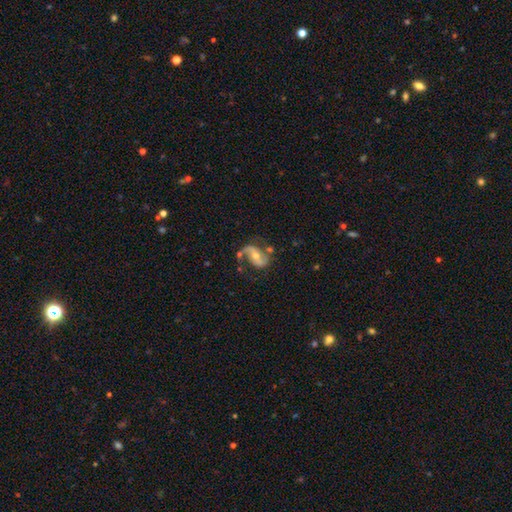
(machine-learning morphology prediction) Overall: featured or disk (81%). Edge-on disk: no (97%). Bar: no (43%; weak 31%). Spiral arms: yes (92%). Spiral arm count: 2 (85%). Spiral winding: loose (53%; medium 36%). Bulge size: moderate (62%; small 33%). Merging: none (57%; minor disturbance 21%).